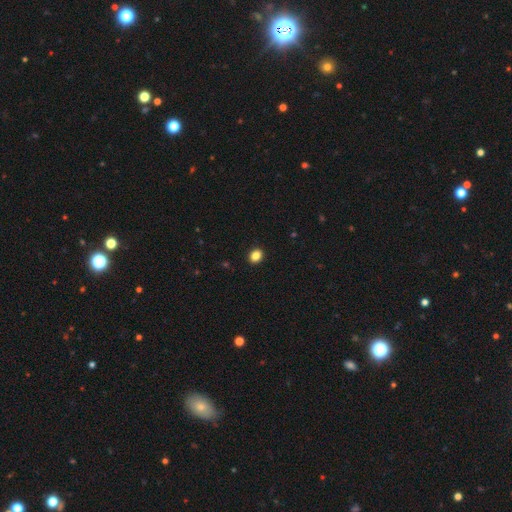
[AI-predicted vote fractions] This appears to be a smooth galaxy with no disk features (86%) that is round (58%). Merging: none (92%).